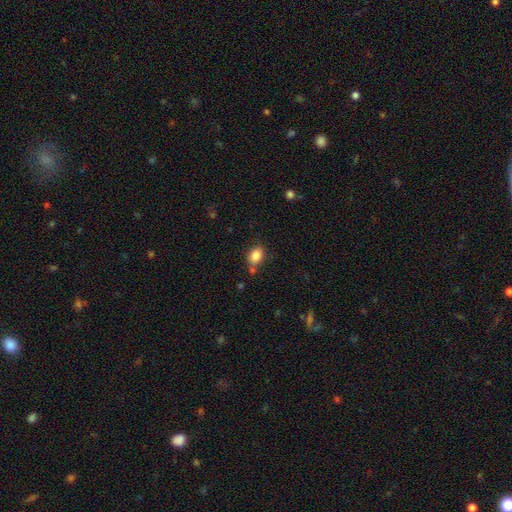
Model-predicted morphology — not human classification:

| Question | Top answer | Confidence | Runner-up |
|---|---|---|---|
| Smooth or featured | smooth | 85% | star or artifact (9%) |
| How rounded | in between | 70% | round (28%) |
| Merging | none | 72% | minor disturbance (15%) |